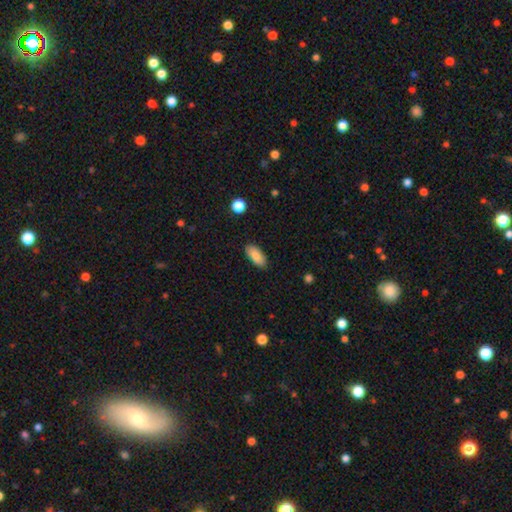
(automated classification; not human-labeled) A smooth galaxy with no disk features (86%) that is in between round and cigar-shaped (89%). Merging: none (88%).